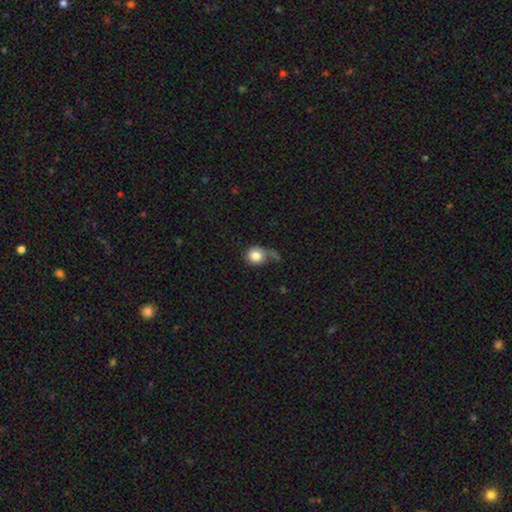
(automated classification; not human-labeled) Smooth or featured? smooth (82%)
How rounded? round (82%)
Merging? none (42%)